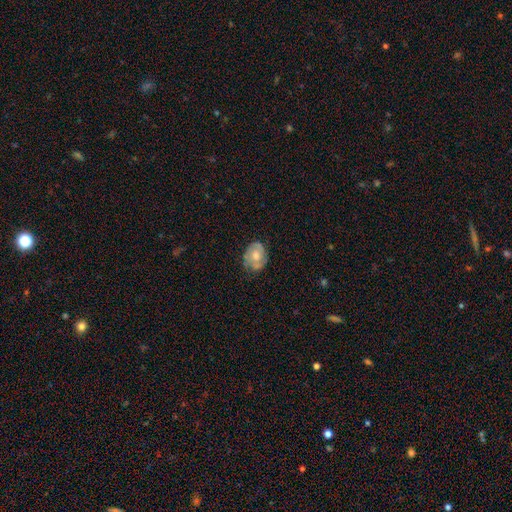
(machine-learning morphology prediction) The model was most divided on "smooth or featured": featured or disk: 53%, smooth: 40%, star or artifact: 7%. More confident: edge-on disk — no (97%); bar — no (80%); spiral arms — yes (73%); merging — none (64%); bulge size — moderate (62%).